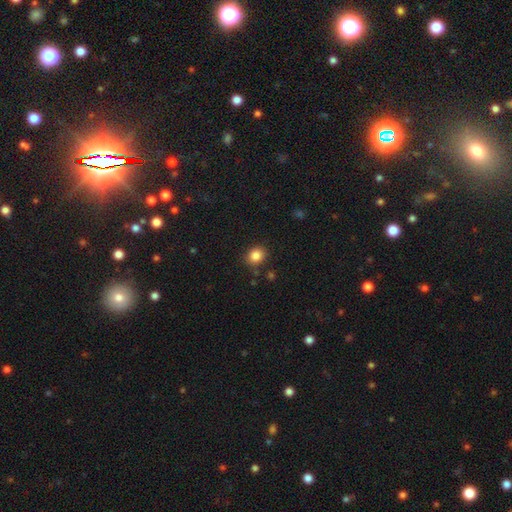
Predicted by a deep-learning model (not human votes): Q: Smooth or featured?
A: smooth (85%); runner-up: star or artifact (10%)
Q: How rounded?
A: round (67%); runner-up: in between (32%)
Q: Merging?
A: none (86%); runner-up: minor disturbance (9%)